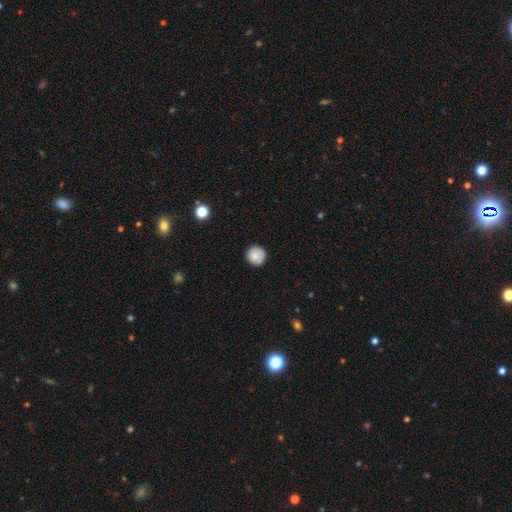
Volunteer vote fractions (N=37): This appears to be a smooth galaxy with no disk features (76%) that is round (93%). Merging: none (79%).